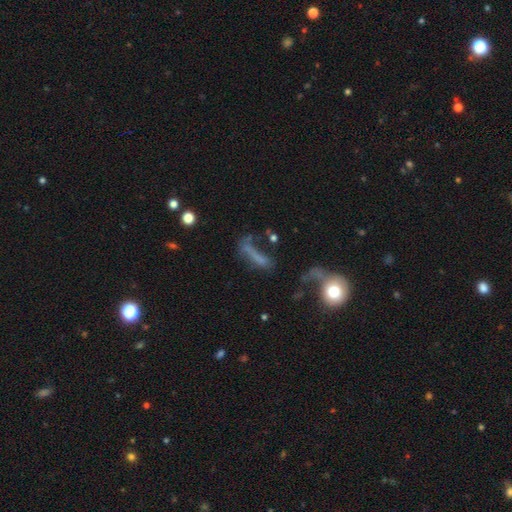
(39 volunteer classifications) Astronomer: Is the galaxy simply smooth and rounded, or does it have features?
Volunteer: smooth — 67%.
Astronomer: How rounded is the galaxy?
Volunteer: cigar-shaped — 73%.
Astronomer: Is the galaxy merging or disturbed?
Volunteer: none — 28%, tied with minor disturbance at 28%.